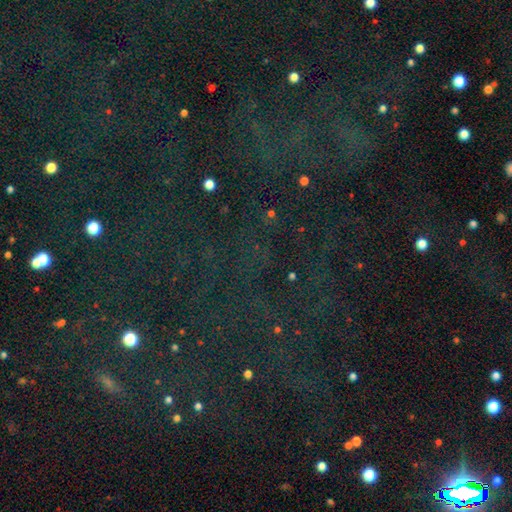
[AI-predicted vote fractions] Overall: star or artifact (78%).